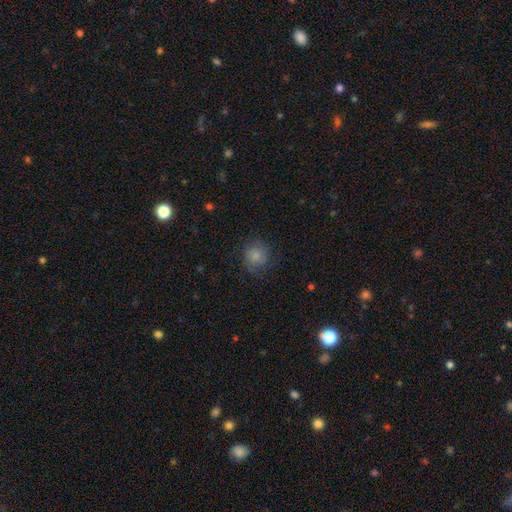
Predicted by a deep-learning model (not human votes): smooth_or_featured: smooth (p=0.65) [alt: featured or disk p=0.27]
how_rounded: round (p=0.85) [alt: in between p=0.14]
merging: none (p=0.72) [alt: minor disturbance p=0.18]